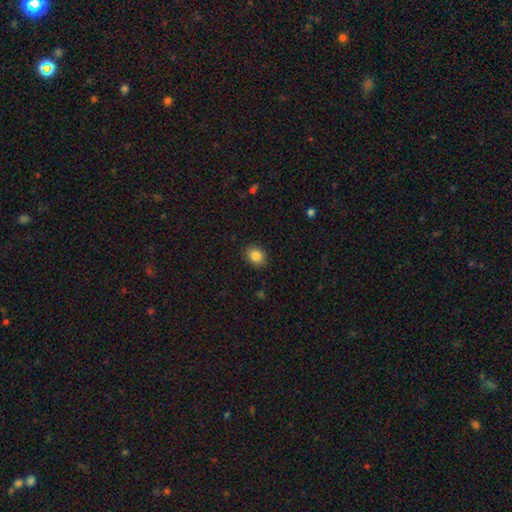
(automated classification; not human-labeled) smooth 86%, star or artifact 9%, featured or disk 5%. Down the decision tree: how rounded — in between (56%); merging — none (87%).